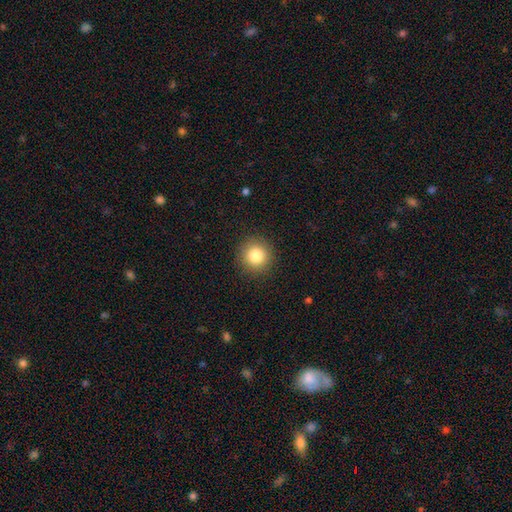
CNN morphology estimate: Q: Smooth or featured?
A: smooth (84%); runner-up: star or artifact (10%)
Q: How rounded?
A: round (95%); runner-up: in between (4%)
Q: Merging?
A: none (91%); runner-up: minor disturbance (6%)